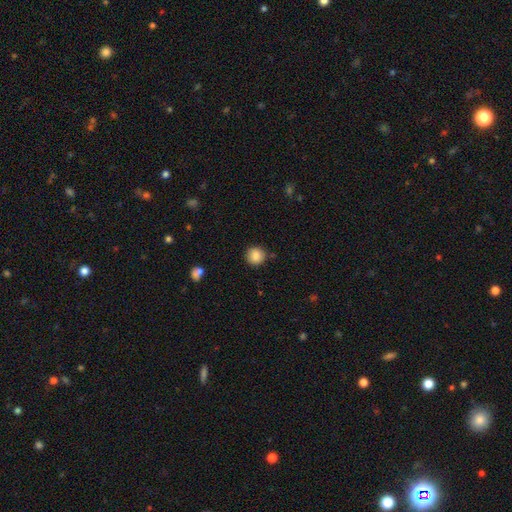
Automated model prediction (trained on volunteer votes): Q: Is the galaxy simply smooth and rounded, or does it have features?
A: smooth — 86%.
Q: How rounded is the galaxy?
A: round — 92%.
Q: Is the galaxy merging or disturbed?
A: none — 86%.